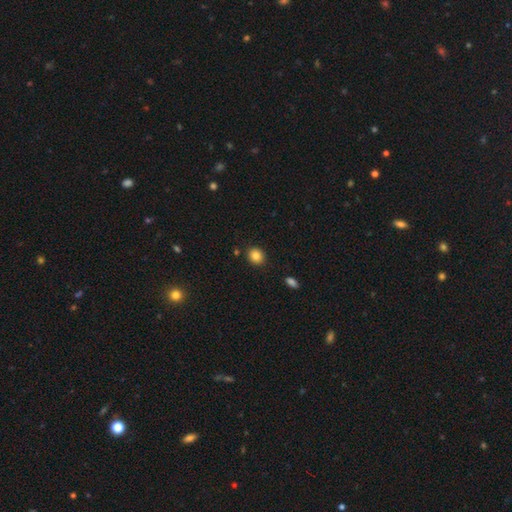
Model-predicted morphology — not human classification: A smooth galaxy with no disk features (86%) that is round (77%).

Vote fractions:
- Smooth or featured? smooth: 86% / star or artifact: 10% / featured or disk: 5%
- How rounded? round: 77% / in between: 22% / cigar-shaped: 1%
- Merging? none: 88% / minor disturbance: 7% / merger: 2% / major disturbance: 2%